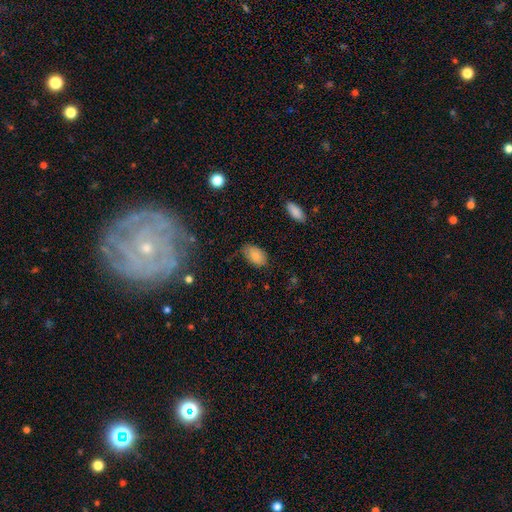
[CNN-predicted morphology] smooth-or-featured: smooth: 84% | featured or disk: 9% | star or artifact: 8%
  how-rounded: in between: 93% | round: 6% | cigar-shaped: 1%
  merging: none: 71% | minor disturbance: 23% | major disturbance: 5% | merger: 2%